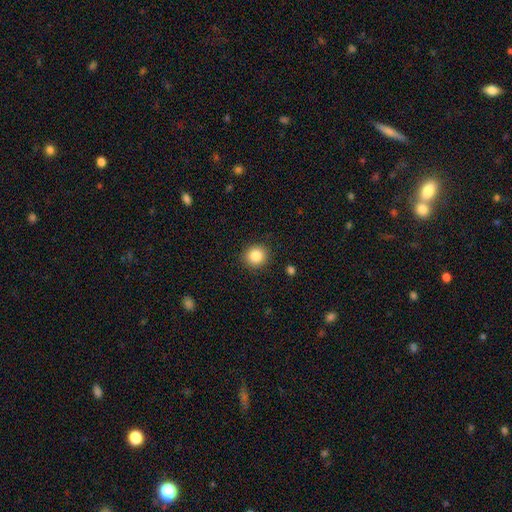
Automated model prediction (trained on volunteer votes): A smooth galaxy with no disk features (87%) that is round (90%). Merging: none (90%).